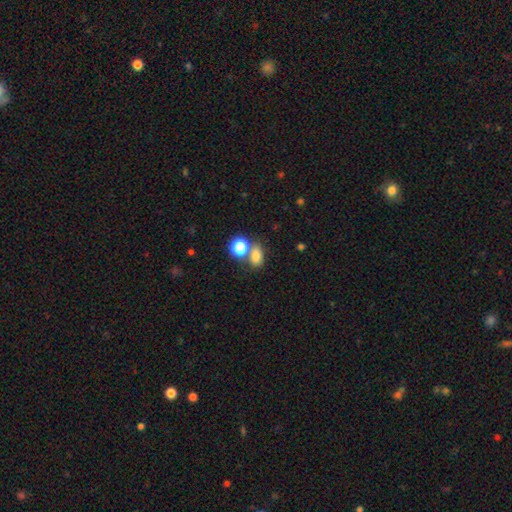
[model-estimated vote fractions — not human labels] Smooth or featured? Predicted: smooth (p=0.77). How rounded? Predicted: in between (p=0.65). Merging? Predicted: none (p=0.59).